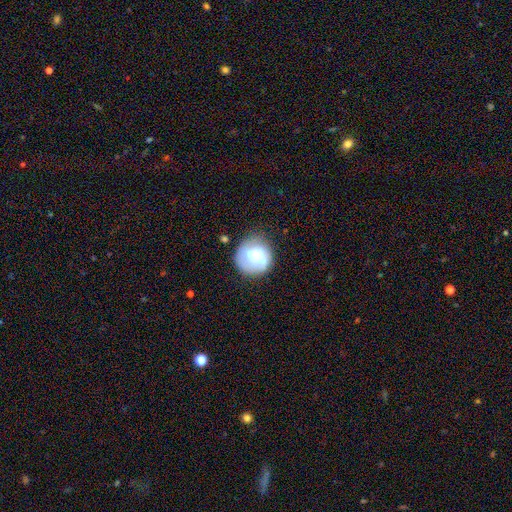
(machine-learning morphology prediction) smooth-or-featured: smooth: 51% | featured or disk: 41% | star or artifact: 8%
  how-rounded: round: 90% | in between: 9% | cigar-shaped: 1%
  merging: none: 70% | minor disturbance: 19% | major disturbance: 8% | merger: 3%